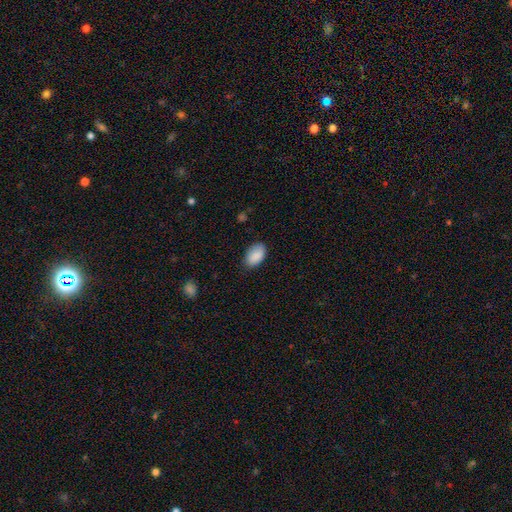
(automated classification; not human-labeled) This is clearly a smooth galaxy (89%). How rounded: clearly in between (93%). Merging: likely none (79%).